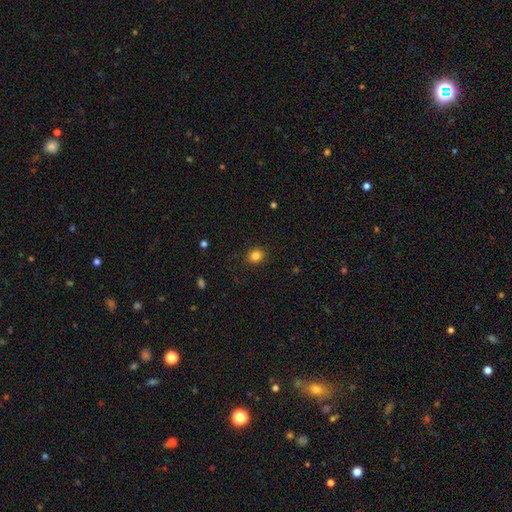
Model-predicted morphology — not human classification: This appears to be a smooth galaxy with no disk features (84%) that is round (74%). Merging: none (89%).